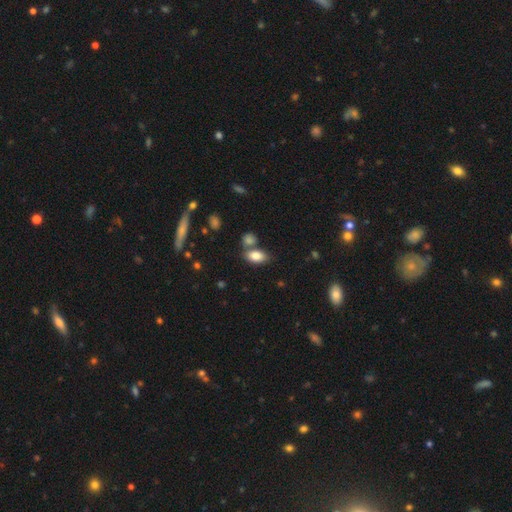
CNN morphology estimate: Q: Smooth or featured?
A: smooth (82%); runner-up: featured or disk (9%)
Q: How rounded?
A: in between (89%); runner-up: round (7%)
Q: Merging?
A: none (60%); runner-up: merger (23%)